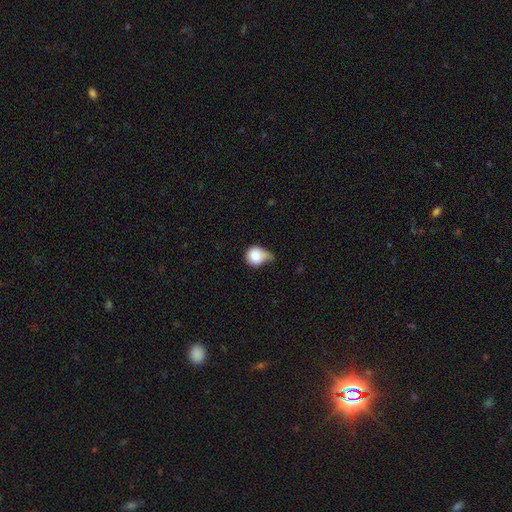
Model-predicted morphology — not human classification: Overall: smooth (84%). How rounded: round (72%). Merging: minor disturbance (50%; none 23%).